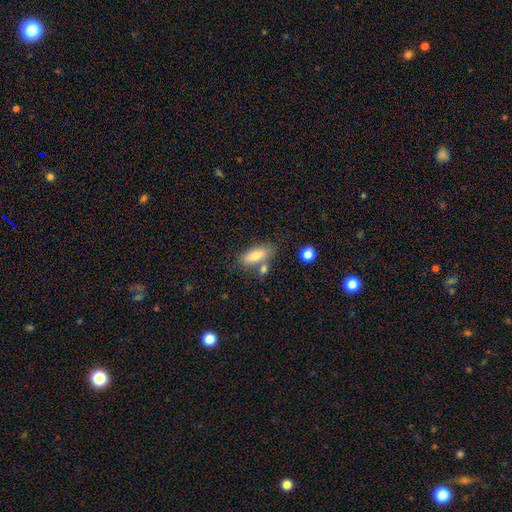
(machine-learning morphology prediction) Smooth or featured?
  - smooth: 75% *
  - featured or disk: 18%
  - star or artifact: 7%
How rounded?
  - in between: 78% *
  - cigar-shaped: 19%
  - round: 3%
Merging?
  - none: 62% *
  - merger: 18%
  - minor disturbance: 16%
  - major disturbance: 4%